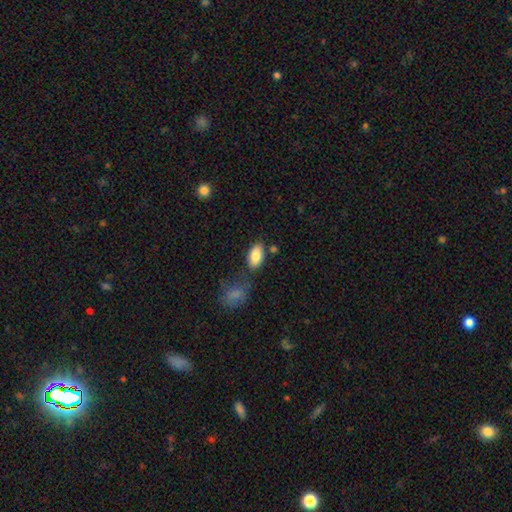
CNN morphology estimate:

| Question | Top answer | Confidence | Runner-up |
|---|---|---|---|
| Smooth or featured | smooth | 85% | featured or disk (8%) |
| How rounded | in between | 93% | round (5%) |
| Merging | none | 73% | minor disturbance (14%) |